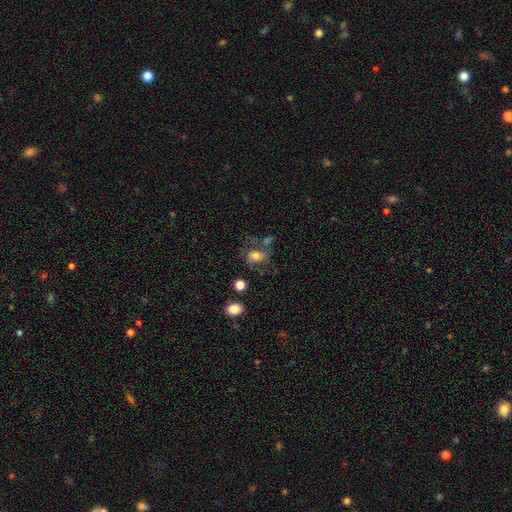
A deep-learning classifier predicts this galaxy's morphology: Smooth or featured? smooth (65%)
How rounded? in between (71%)
Merging? none (46%)